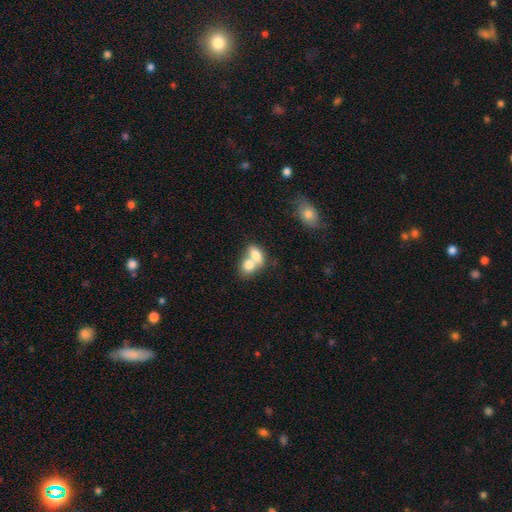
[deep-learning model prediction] Q: Smooth or featured?
A: smooth (75%); runner-up: featured or disk (18%)
Q: How rounded?
A: in between (74%); runner-up: round (23%)
Q: Merging?
A: merger (71%); runner-up: none (20%)